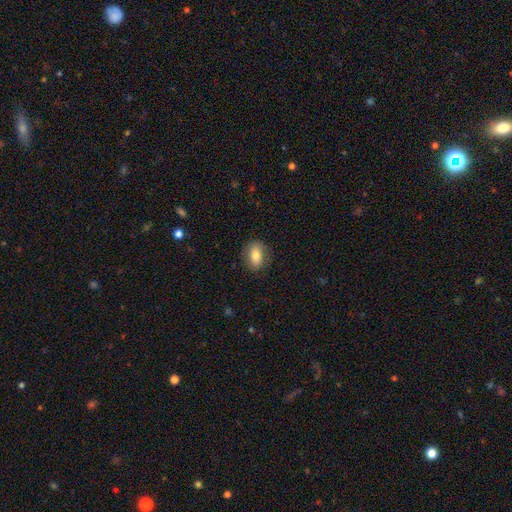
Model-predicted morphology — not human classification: Smooth or featured: smooth — 76% (featured or disk — 16%)
How rounded: in between — 76% (round — 22%)
Merging: none — 82% (minor disturbance — 13%)